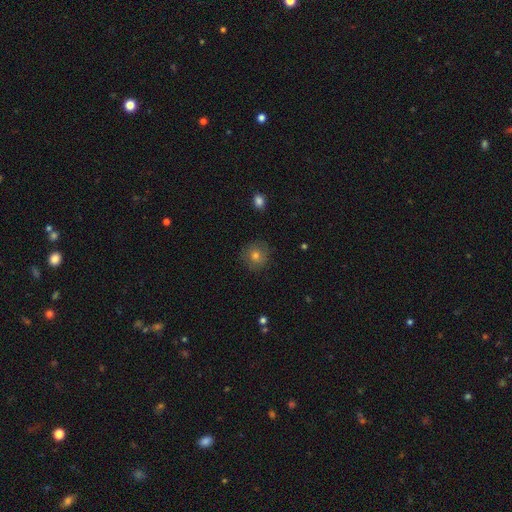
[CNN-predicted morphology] A smooth galaxy with no disk features (70%) that is round (91%). Merging: none (84%).